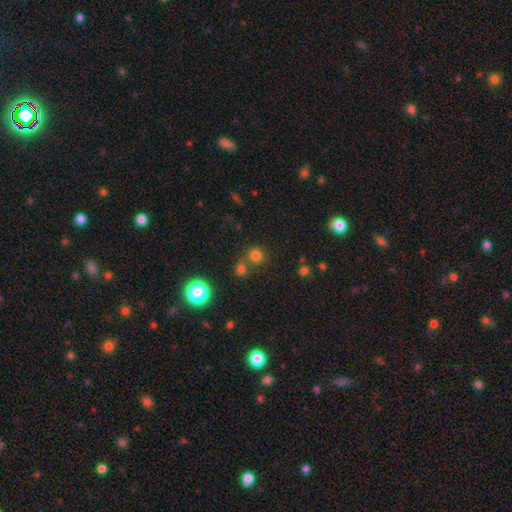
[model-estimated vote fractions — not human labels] Overall: smooth (72%). How rounded: round (89%). Merging: none (59%; merger 30%).